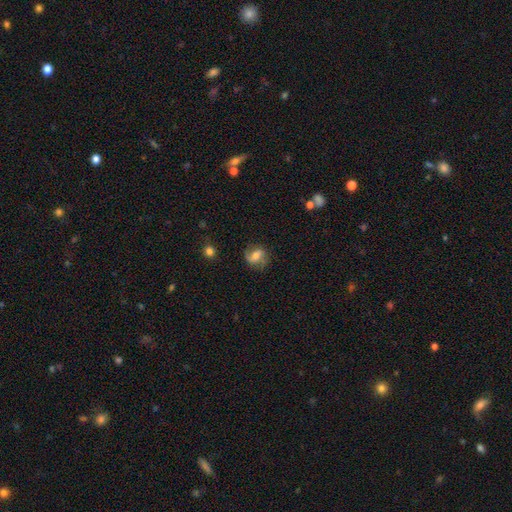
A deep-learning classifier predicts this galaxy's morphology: featured or disk 61%, smooth 30%, star or artifact 9%. Down the decision tree: edge-on disk — no (96%); bar — weak (42%); spiral arms — yes (88%); spiral arm count — 2 (83%); spiral winding — medium (42%); bulge size — moderate (60%); merging — none (74%).